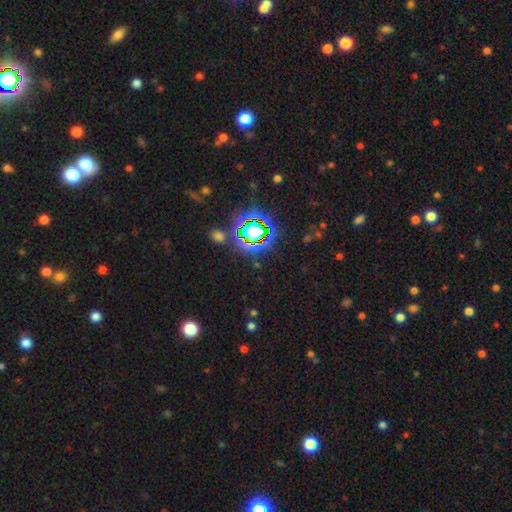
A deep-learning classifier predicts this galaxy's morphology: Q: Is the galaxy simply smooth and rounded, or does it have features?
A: star or artifact — 78%.